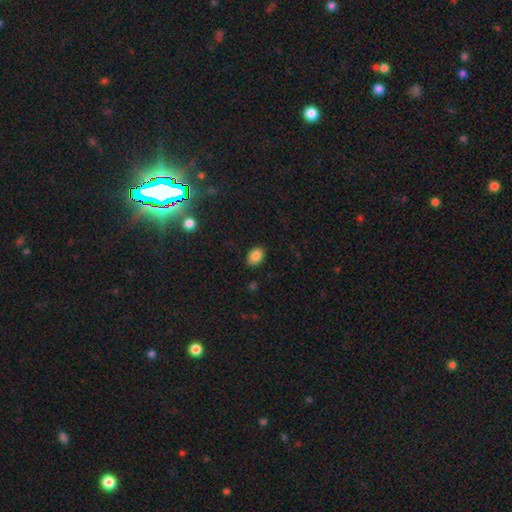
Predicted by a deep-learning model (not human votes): A smooth galaxy with no disk features (85%) that is in between round and cigar-shaped (78%).

Vote fractions:
- Smooth or featured? smooth: 85% / star or artifact: 9% / featured or disk: 6%
- How rounded? in between: 78% / round: 21% / cigar-shaped: 1%
- Merging? none: 85% / minor disturbance: 11% / major disturbance: 2% / merger: 1%